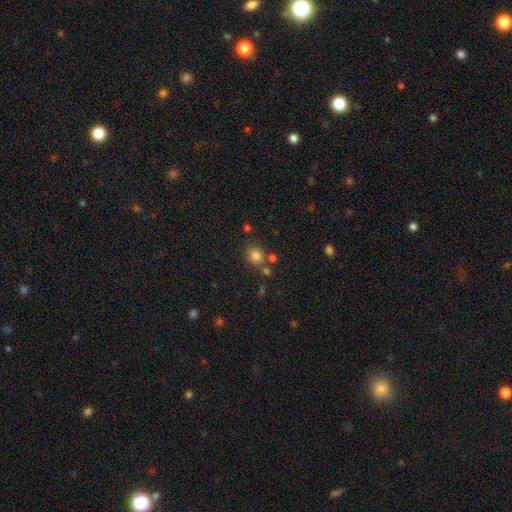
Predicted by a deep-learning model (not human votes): smooth_or_featured: smooth (p=0.80) [alt: star or artifact p=0.13]
how_rounded: round (p=0.75) [alt: in between p=0.24]
merging: none (p=0.69) [alt: merger p=0.15]